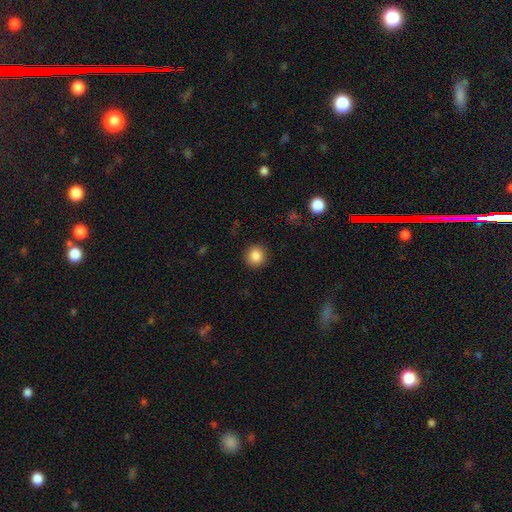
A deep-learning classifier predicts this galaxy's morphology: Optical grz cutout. It shows a smooth galaxy with no disk features (86%) that is round (92%). Merging: none (92%).